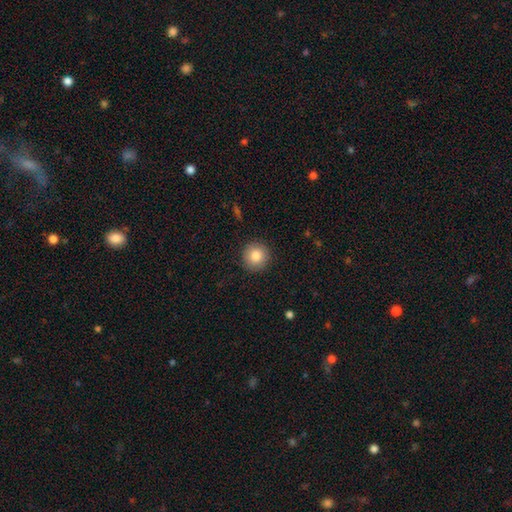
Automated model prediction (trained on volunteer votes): A smooth galaxy with no disk features (84%) that is round (93%). Merging: none (90%).